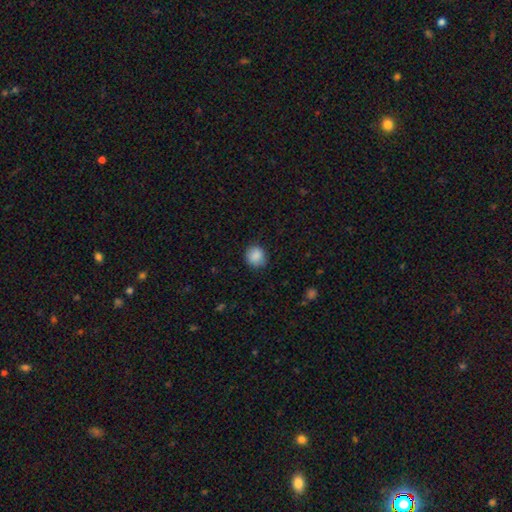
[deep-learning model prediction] Smooth or featured? smooth (89%)
How rounded? round (83%)
Merging? none (87%)